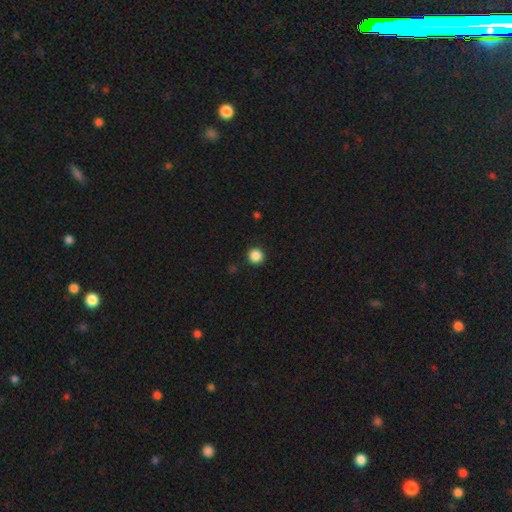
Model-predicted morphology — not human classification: The model was most divided on "smooth or featured": smooth: 87%, star or artifact: 10%, featured or disk: 3%. More confident: how rounded — round (96%); merging — none (93%).